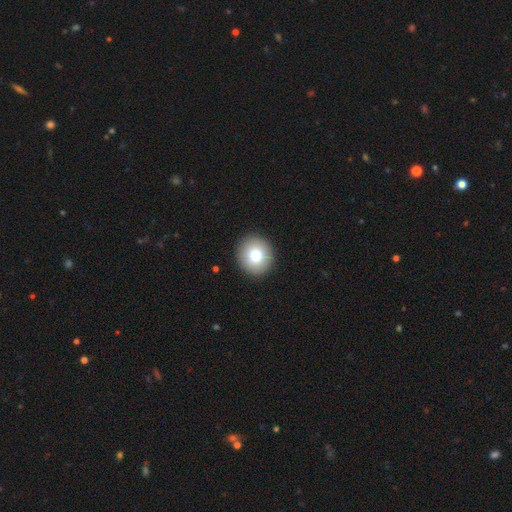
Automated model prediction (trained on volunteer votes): A smooth galaxy with no disk features (77%) that is round (89%).

Vote fractions:
- Smooth or featured? smooth: 77% / featured or disk: 14% / star or artifact: 10%
- How rounded? round: 89% / in between: 10% / cigar-shaped: 1%
- Merging? none: 92% / minor disturbance: 5% / major disturbance: 2% / merger: 1%